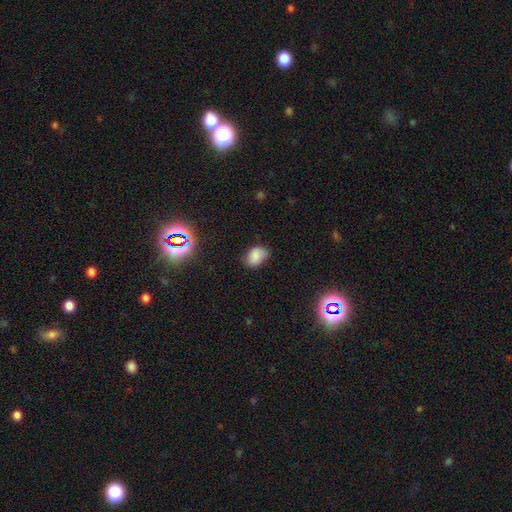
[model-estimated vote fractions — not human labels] A smooth galaxy with no disk features (79%) that is in between round and cigar-shaped (77%).

Vote fractions:
- Smooth or featured? smooth: 79% / star or artifact: 13% / featured or disk: 9%
- How rounded? in between: 77% / round: 22% / cigar-shaped: 1%
- Merging? none: 68% / minor disturbance: 25% / major disturbance: 5% / merger: 2%